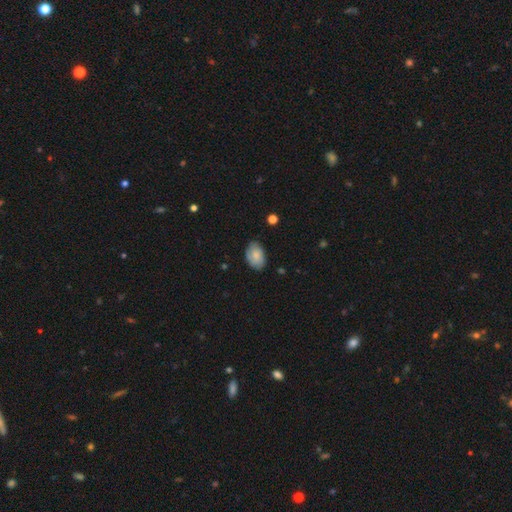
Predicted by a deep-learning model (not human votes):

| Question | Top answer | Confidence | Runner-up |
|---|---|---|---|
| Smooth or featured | smooth | 80% | featured or disk (13%) |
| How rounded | in between | 88% | round (11%) |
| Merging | none | 76% | minor disturbance (19%) |